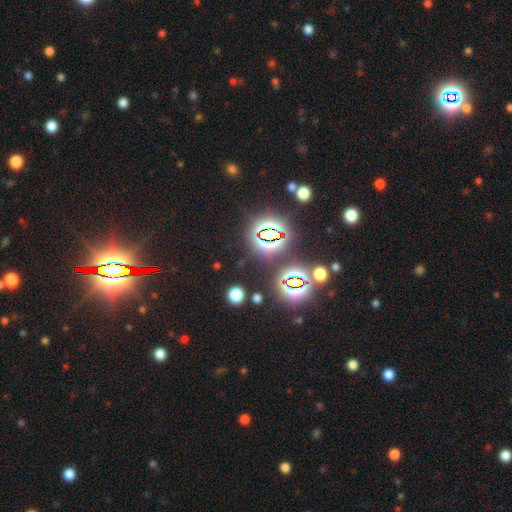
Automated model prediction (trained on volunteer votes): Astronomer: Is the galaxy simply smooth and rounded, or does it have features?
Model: star or artifact — 83%.